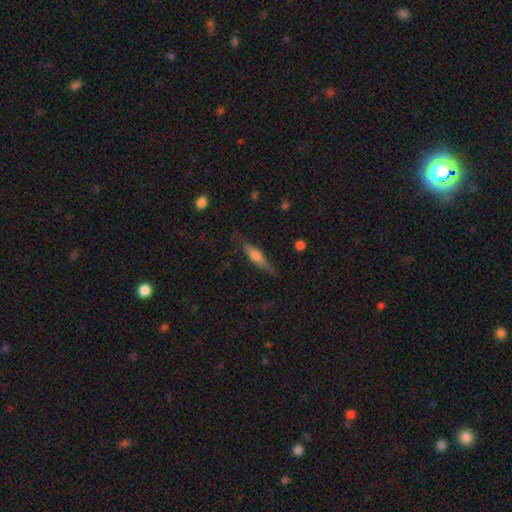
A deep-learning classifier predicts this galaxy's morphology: The model was most divided on "smooth or featured": smooth: 48%, featured or disk: 45%, star or artifact: 7%. More confident: merging — none (79%).